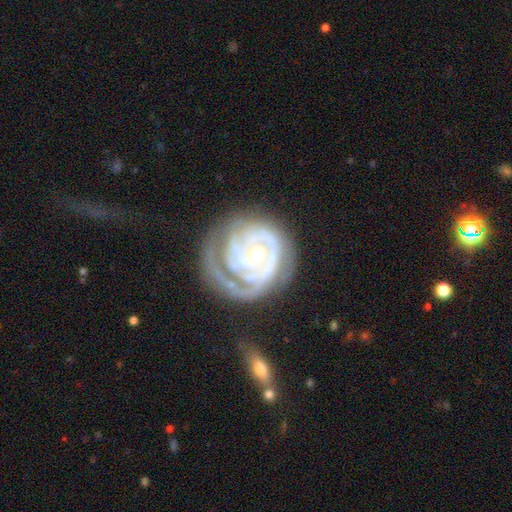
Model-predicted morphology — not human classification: Smooth or featured? featured or disk (85%)
Edge-on disk? no (97%)
Bar? no (75%)
Spiral arms? yes (89%)
Spiral winding? tight (76%)
Spiral arm count? can't tell (31%)
Bulge size? small (59%)
Merging? none (50%)